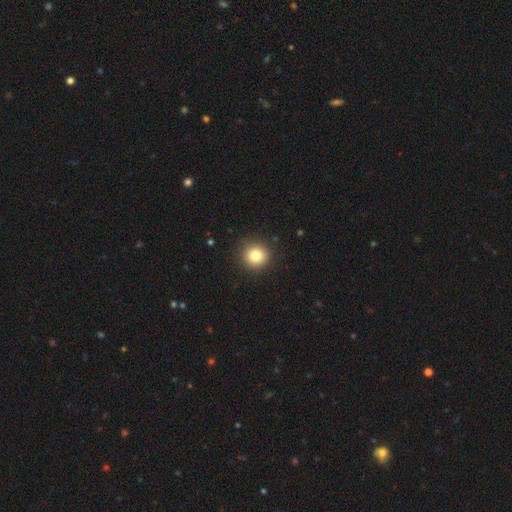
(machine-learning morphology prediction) This is clearly a smooth galaxy (83%). How rounded: clearly round (93%). Merging: clearly none (90%).